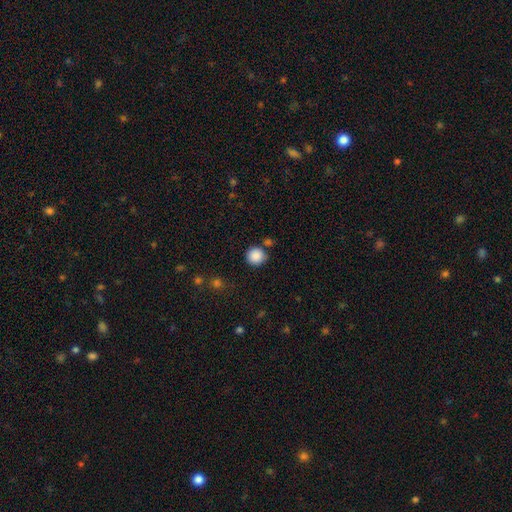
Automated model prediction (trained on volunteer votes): A smooth galaxy with no disk features (88%) that is round (94%). Merging: none (80%).